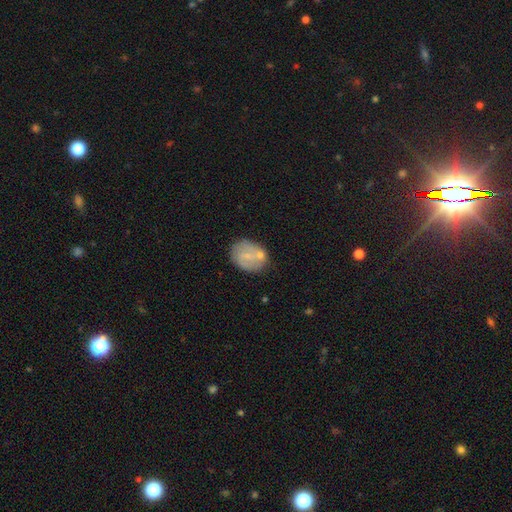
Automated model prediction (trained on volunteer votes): smooth_or_featured: smooth (p=0.59) [alt: featured or disk p=0.34]
how_rounded: round (p=0.50) [alt: in between p=0.49]
merging: none (p=0.62) [alt: minor disturbance p=0.20]